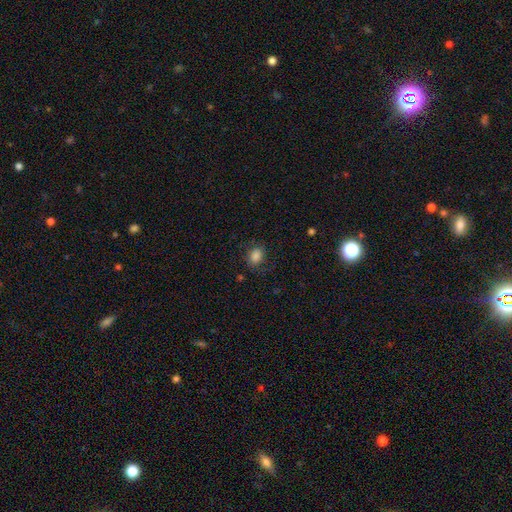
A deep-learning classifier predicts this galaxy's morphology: The model was most divided on "how rounded": in between: 59%, round: 40%, cigar-shaped: 1%. More confident: smooth or featured — smooth (82%); merging — none (73%).